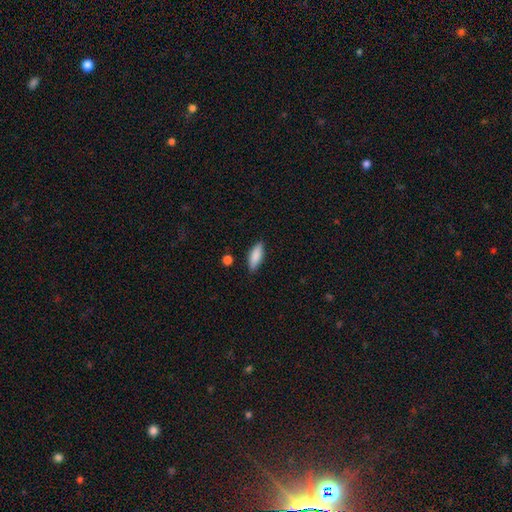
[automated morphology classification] smooth-or-featured: smooth: 84% | featured or disk: 10% | star or artifact: 6%
  how-rounded: in between: 62% | cigar-shaped: 36% | round: 2%
  merging: none: 84% | minor disturbance: 12% | major disturbance: 2% | merger: 2%